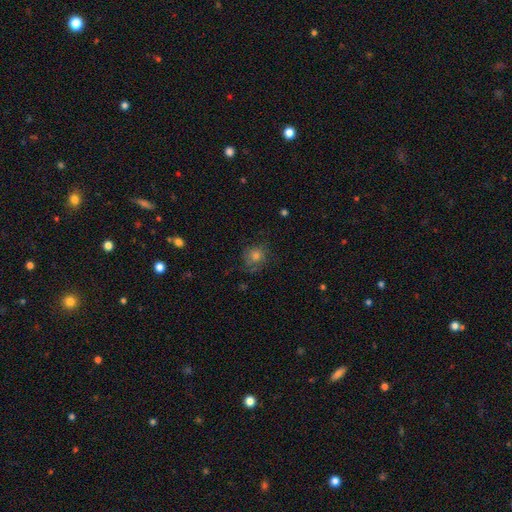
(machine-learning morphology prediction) Smooth or featured?
  - smooth: 56% *
  - featured or disk: 24%
  - star or artifact: 20%
How rounded?
  - round: 84% *
  - in between: 15%
  - cigar-shaped: 1%
Merging?
  - none: 71% *
  - minor disturbance: 18%
  - major disturbance: 10%
  - merger: 2%